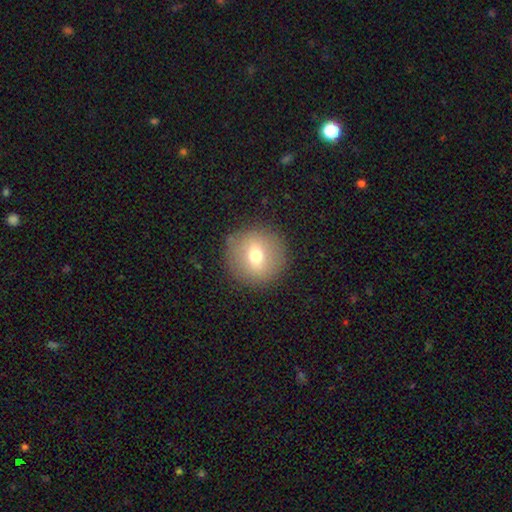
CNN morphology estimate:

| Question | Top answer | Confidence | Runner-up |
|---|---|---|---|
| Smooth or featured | smooth | 65% | featured or disk (24%) |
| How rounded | round | 93% | in between (6%) |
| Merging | none | 88% | minor disturbance (7%) |